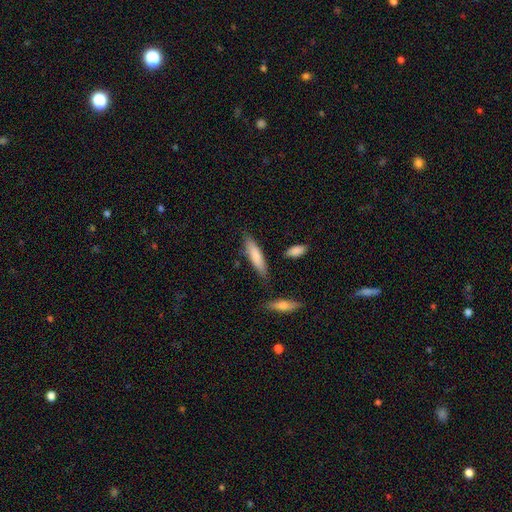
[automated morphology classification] Overall: smooth (81%). How rounded: cigar-shaped (69%; in between 30%). Merging: none (78%).